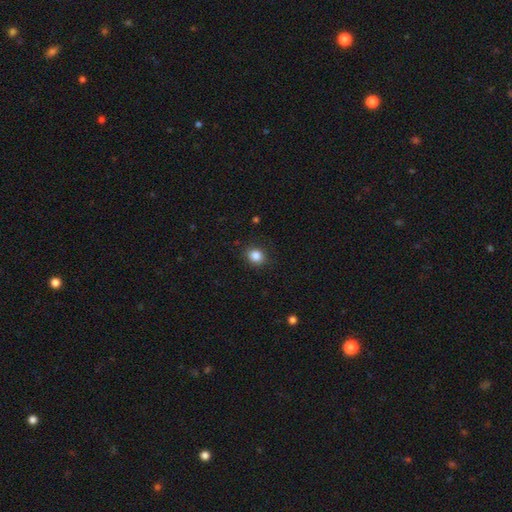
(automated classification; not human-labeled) Smooth or featured?
  - smooth: 85% *
  - star or artifact: 11%
  - featured or disk: 4%
How rounded?
  - round: 72% *
  - in between: 27%
  - cigar-shaped: 1%
Merging?
  - none: 87% *
  - minor disturbance: 9%
  - major disturbance: 3%
  - merger: 1%